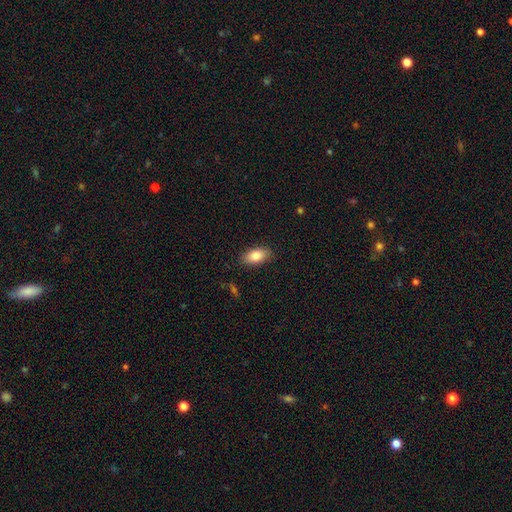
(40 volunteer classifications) Smooth or featured?
  - smooth: 92% *
  - star or artifact: 5%
  - featured or disk: 2%
How rounded?
  - in between: 97% *
  - round: 3%
  - cigar-shaped: 0%
Merging?
  - none: 92% *
  - minor disturbance: 5%
  - major disturbance: 3%
  - merger: 0%